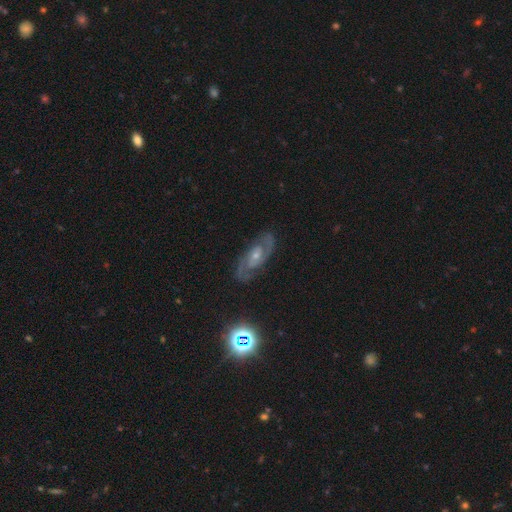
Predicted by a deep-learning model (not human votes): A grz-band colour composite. It shows a featured or disk galaxy (84%) with no bar (52%), 2 (87%) medium (50%) spiral arms (96%) and a small central bulge (54%). Merging: none (82%).